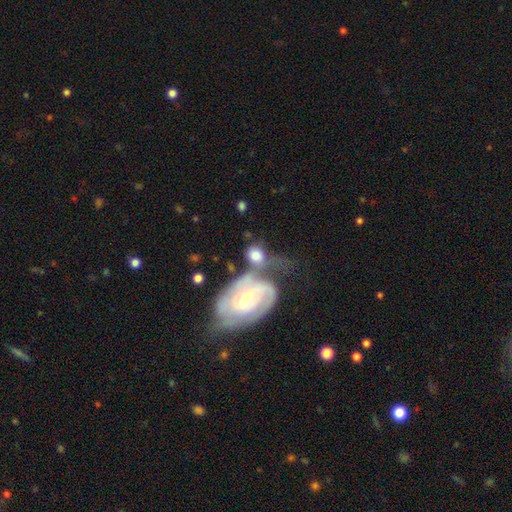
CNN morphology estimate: smooth 54%, featured or disk 39%, star or artifact 7%. Down the decision tree: how rounded — in between (50%); merging — merger (42%).